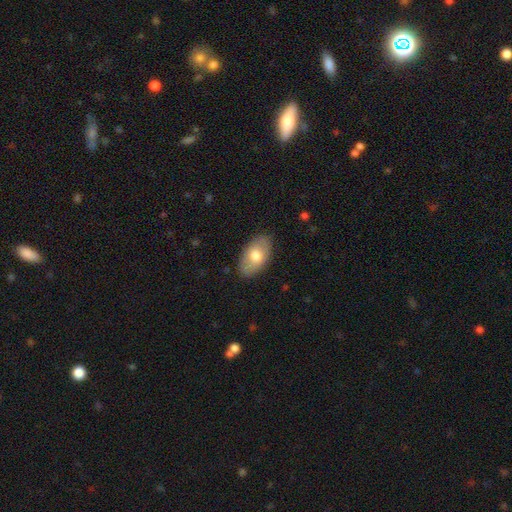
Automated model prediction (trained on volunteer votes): This is likely a smooth galaxy (70%). How rounded: clearly in between (94%). Merging: clearly none (85%).